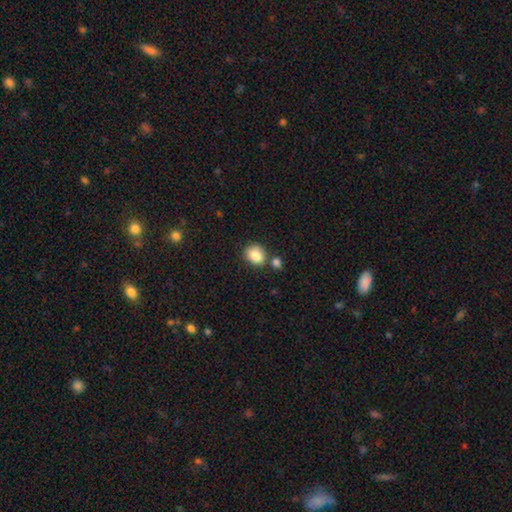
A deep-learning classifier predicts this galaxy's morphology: A smooth galaxy with no disk features (86%) that is round (59%).

Vote fractions:
- Smooth or featured? smooth: 86% / star or artifact: 9% / featured or disk: 6%
- How rounded? round: 59% / in between: 40% / cigar-shaped: 1%
- Merging? none: 68% / merger: 17% / minor disturbance: 12% / major disturbance: 3%